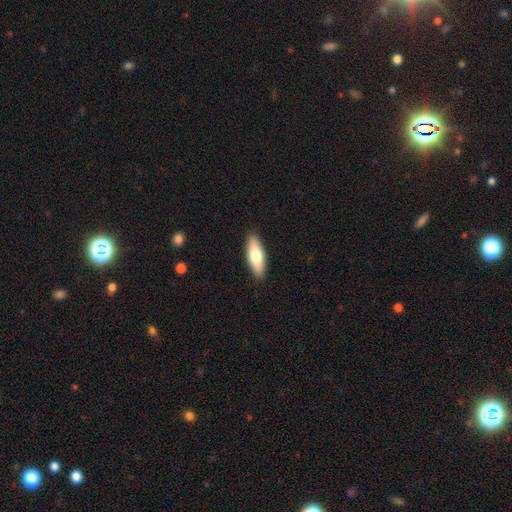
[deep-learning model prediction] This is likely a smooth galaxy (70%). How rounded: likely in between (61%). Merging: clearly none (90%).